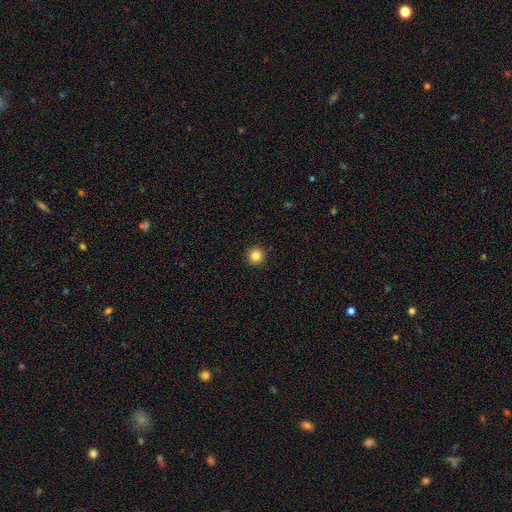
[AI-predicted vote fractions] Smooth or featured? smooth (85%)
How rounded? round (96%)
Merging? none (94%)